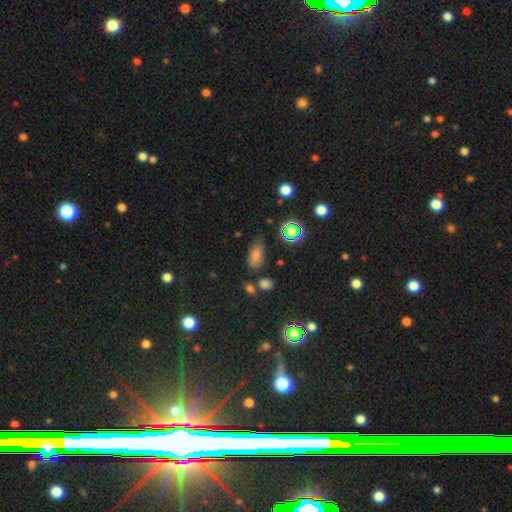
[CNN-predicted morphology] This is likely a smooth galaxy (64%). How rounded: clearly in between (85%). Merging: likely none (71%).